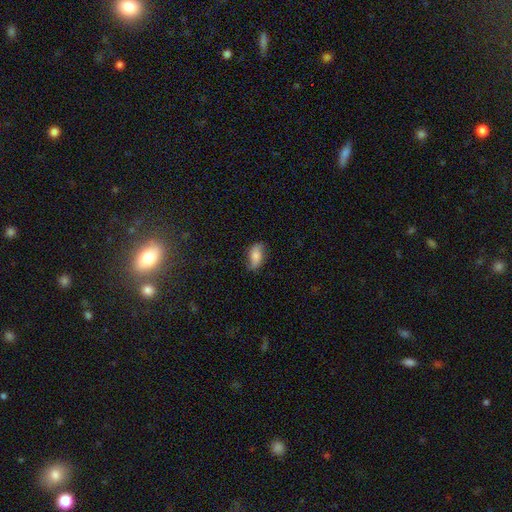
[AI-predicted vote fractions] smooth-or-featured: smooth: 64% | featured or disk: 28% | star or artifact: 8%
  how-rounded: in between: 88% | cigar-shaped: 6% | round: 5%
  merging: none: 75% | minor disturbance: 19% | major disturbance: 4% | merger: 1%